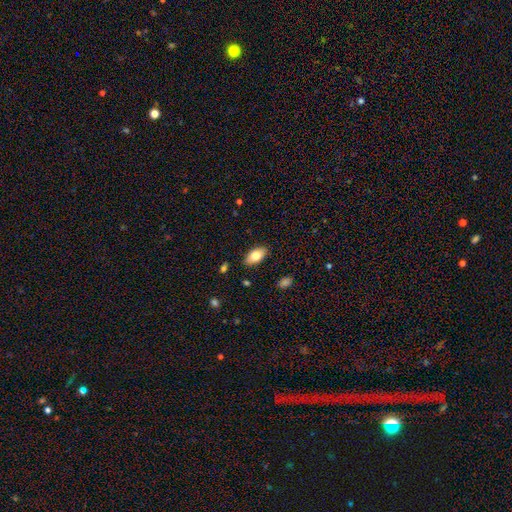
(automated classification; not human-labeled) Smooth or featured?
  - smooth: 78% *
  - featured or disk: 15%
  - star or artifact: 7%
How rounded?
  - in between: 92% *
  - cigar-shaped: 5%
  - round: 3%
Merging?
  - none: 87% *
  - minor disturbance: 10%
  - major disturbance: 2%
  - merger: 1%